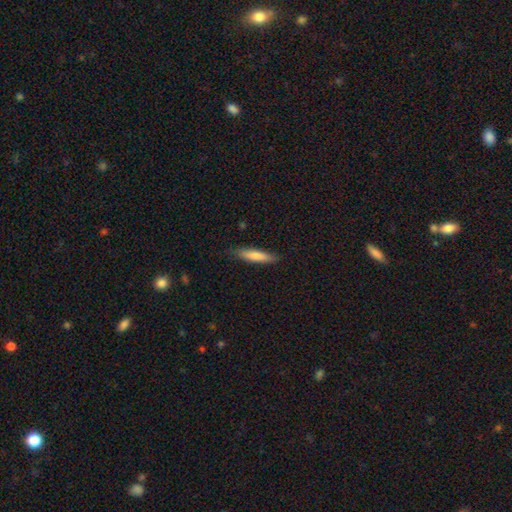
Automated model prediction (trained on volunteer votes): smooth 78%, featured or disk 17%, star or artifact 5%. Down the decision tree: how rounded — cigar-shaped (80%); merging — none (84%).